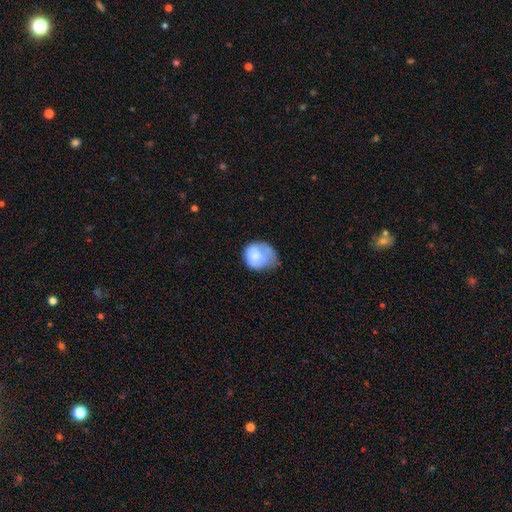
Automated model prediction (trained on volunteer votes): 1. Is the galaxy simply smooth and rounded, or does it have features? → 71% smooth, 21% featured or disk, 8% star or artifact.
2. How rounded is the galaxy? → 60% round, 39% in between, 1% cigar-shaped.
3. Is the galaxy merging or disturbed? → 40% minor disturbance, 32% none, 24% major disturbance, 4% merger.